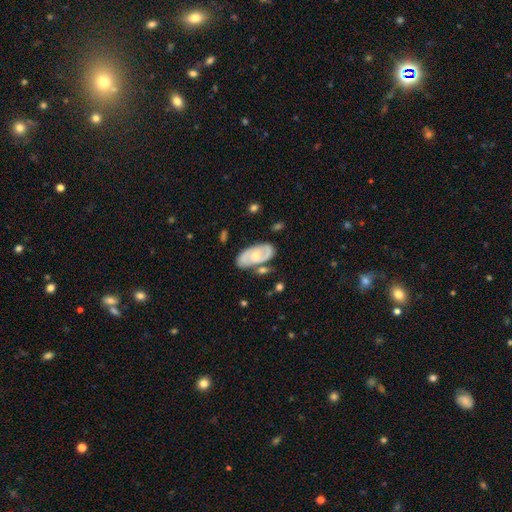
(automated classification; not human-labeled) A featured or disk galaxy (69%) with no bar (65%), 2 (75%) tight (43%) spiral arms (80%) and a moderate central bulge (54%).

Vote fractions:
- Smooth or featured? featured or disk: 69% / smooth: 26% / star or artifact: 5%
- Edge-on disk? no: 94% / yes: 6%
- Bar? no: 65% / weak: 29% / strong: 7%
- Spiral arms? yes: 80% / no: 20%
- Spiral winding? tight: 43% / medium: 41% / loose: 16%
- Spiral arm count? 2: 75% / can't tell: 16% / 1: 5% / 3: 2% / 4: 1% / more than 4: 1%
- Bulge size? moderate: 54% / small: 41% / large: 2% / none: 2% / dominant: 1%
- Merging? none: 68% / minor disturbance: 17% / merger: 10% / major disturbance: 5%